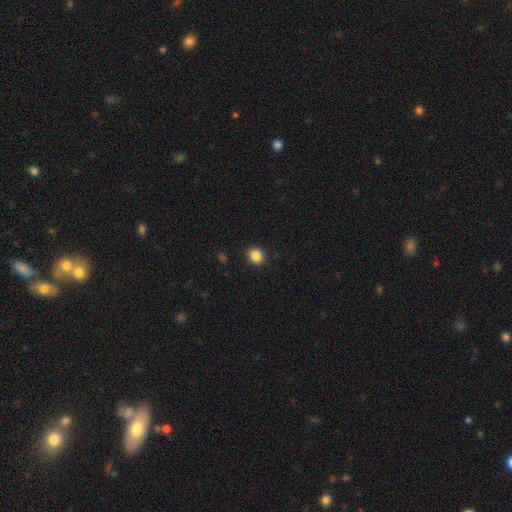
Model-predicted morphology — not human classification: Smooth or featured?
  - smooth: 87% *
  - star or artifact: 10%
  - featured or disk: 4%
How rounded?
  - round: 78% *
  - in between: 21%
  - cigar-shaped: 1%
Merging?
  - none: 92% *
  - minor disturbance: 5%
  - major disturbance: 2%
  - merger: 1%